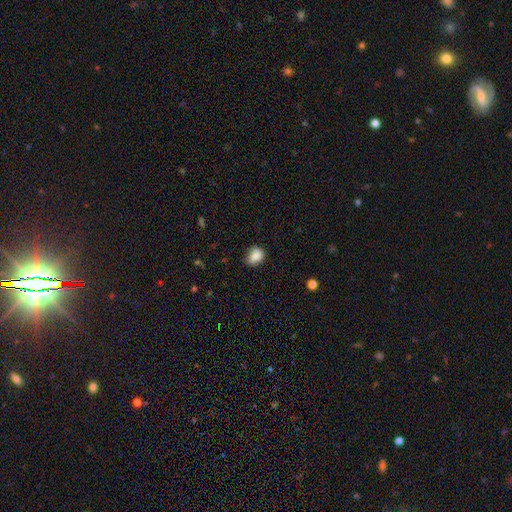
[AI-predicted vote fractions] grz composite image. It shows a smooth galaxy with no disk features (84%) that is in between round and cigar-shaped (58%). Merging: none (59%).